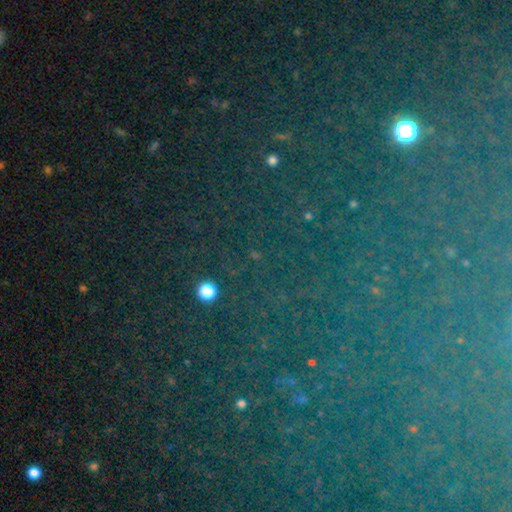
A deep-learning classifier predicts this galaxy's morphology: Smooth or featured?
  - star or artifact: 74% *
  - smooth: 15%
  - featured or disk: 11%